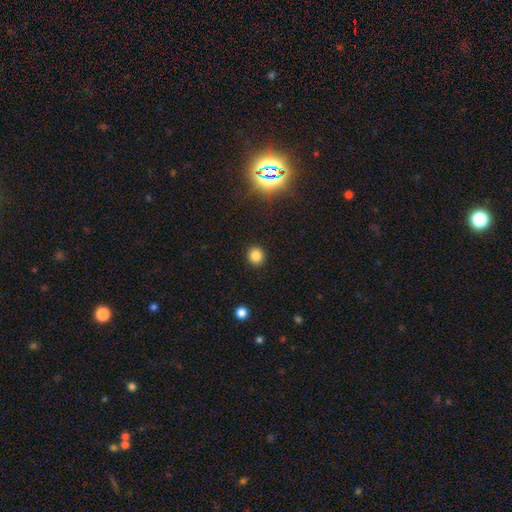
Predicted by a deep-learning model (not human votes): A smooth galaxy with no disk features (82%) that is round (86%). Merging: none (91%).